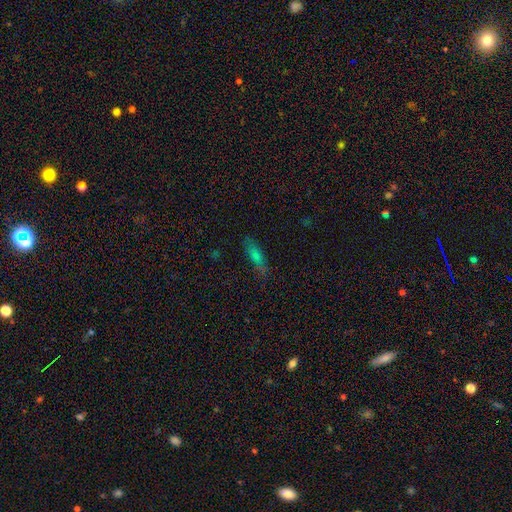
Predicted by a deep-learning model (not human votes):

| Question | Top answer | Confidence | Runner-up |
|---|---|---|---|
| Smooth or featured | smooth | 59% | featured or disk (28%) |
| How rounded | cigar-shaped | 64% | in between (33%) |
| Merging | none | 77% | minor disturbance (16%) |